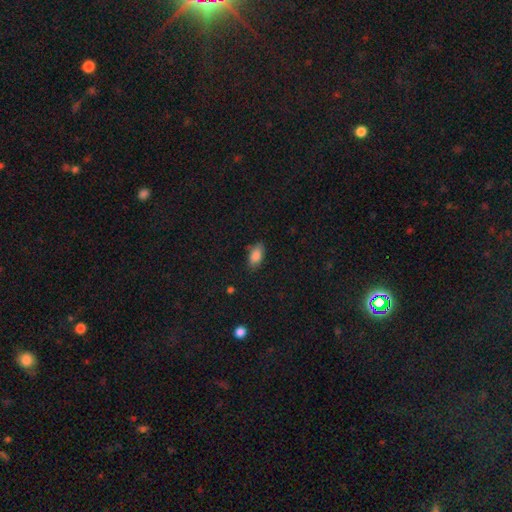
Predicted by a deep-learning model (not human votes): A smooth galaxy with no disk features (86%) that is in between round and cigar-shaped (91%). Merging: none (76%).